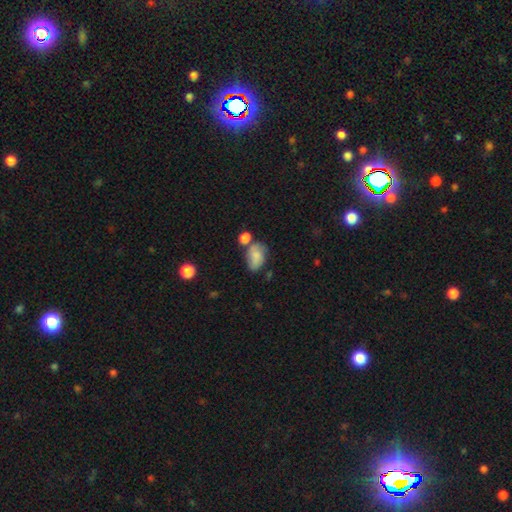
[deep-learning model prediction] Smooth or featured?
  - smooth: 65% *
  - featured or disk: 26%
  - star or artifact: 9%
How rounded?
  - in between: 84% *
  - round: 15%
  - cigar-shaped: 2%
Merging?
  - none: 39% *
  - merger: 27%
  - minor disturbance: 24%
  - major disturbance: 11%